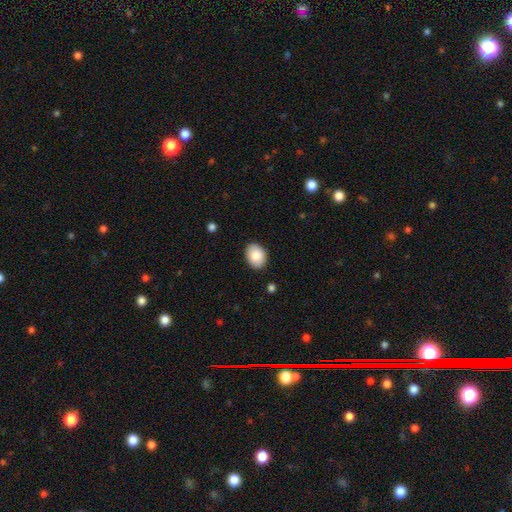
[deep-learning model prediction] Morphology: type=smooth (84%); roundness=in between (71%); merging=none (89%).